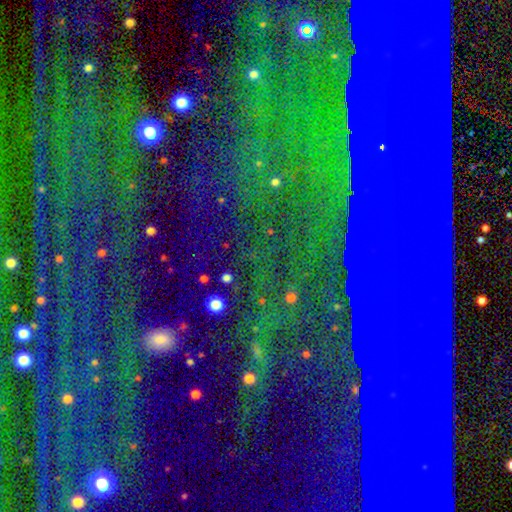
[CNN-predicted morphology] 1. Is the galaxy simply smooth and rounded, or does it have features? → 68% star or artifact, 22% smooth, 10% featured or disk.